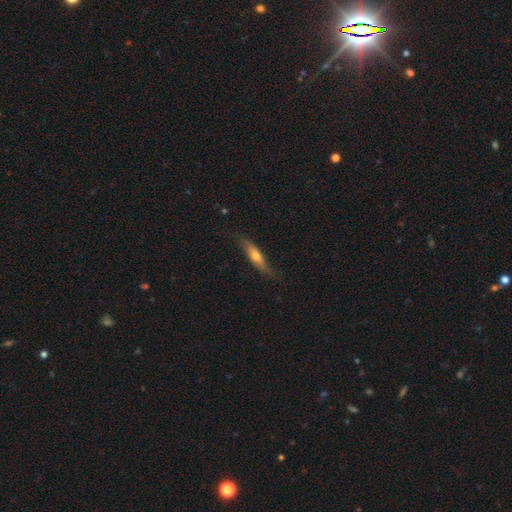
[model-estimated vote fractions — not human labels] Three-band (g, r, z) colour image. It shows a smooth galaxy with no disk features (54%) that is cigar-shaped (76%). Merging: none (77%).